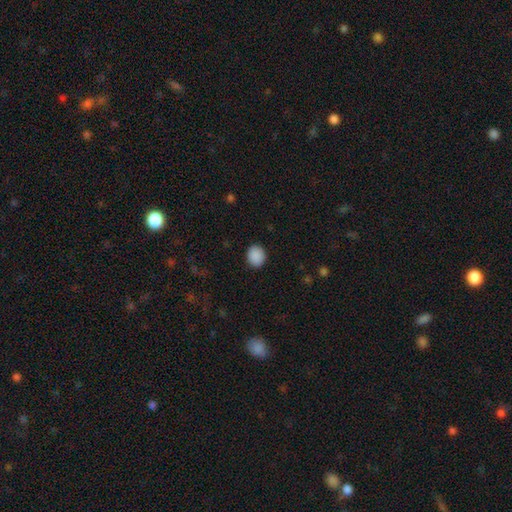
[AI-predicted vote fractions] Smooth or featured: smooth — 90% (star or artifact — 8%)
How rounded: round — 64% (in between — 35%)
Merging: none — 89% (minor disturbance — 8%)